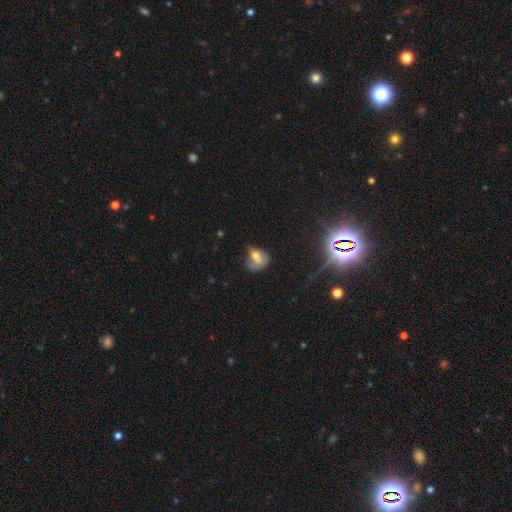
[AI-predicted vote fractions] A smooth galaxy with no disk features (59%) that is in between round and cigar-shaped (60%). Merging: none (30%).